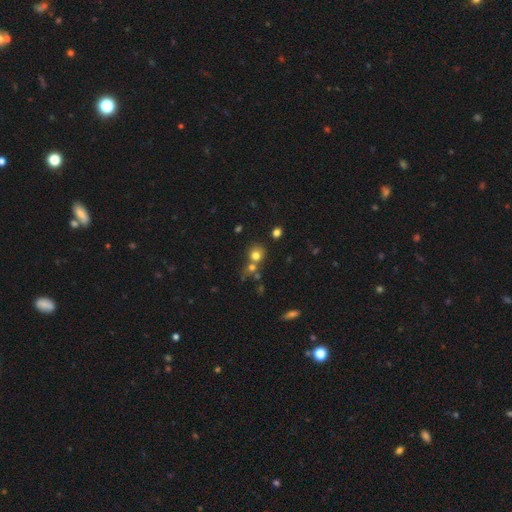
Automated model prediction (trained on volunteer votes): Smooth or featured? smooth (72%)
How rounded? round (83%)
Merging? none (50%)